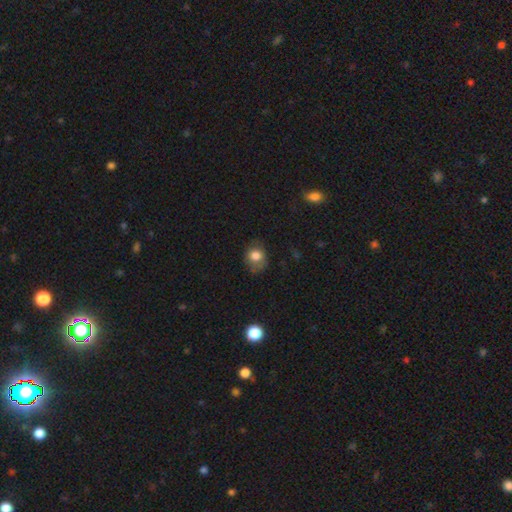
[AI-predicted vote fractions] Smooth or featured: smooth — 78% (featured or disk — 12%)
How rounded: round — 62% (in between — 37%)
Merging: none — 58% (minor disturbance — 28%)